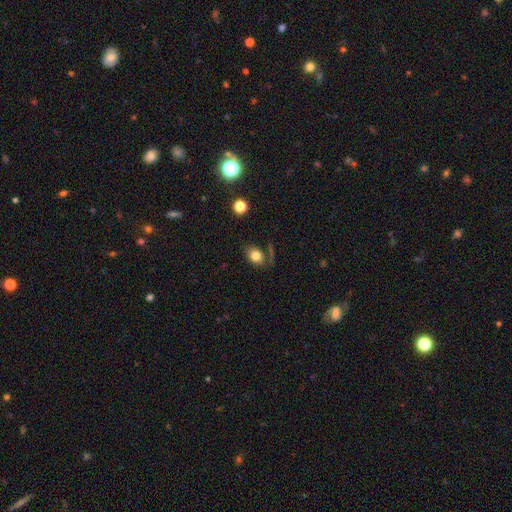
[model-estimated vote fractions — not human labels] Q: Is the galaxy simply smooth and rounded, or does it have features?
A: smooth — 78%.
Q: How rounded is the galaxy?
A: in between — 62%.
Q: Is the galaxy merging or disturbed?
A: none — 66%.